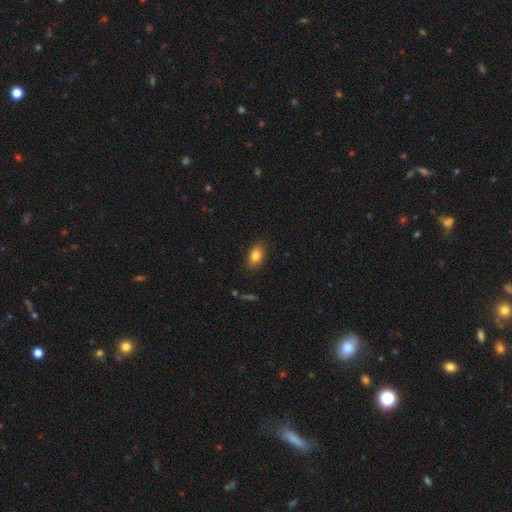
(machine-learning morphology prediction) type=smooth (82%); roundness=in between (86%); merging=none (86%).